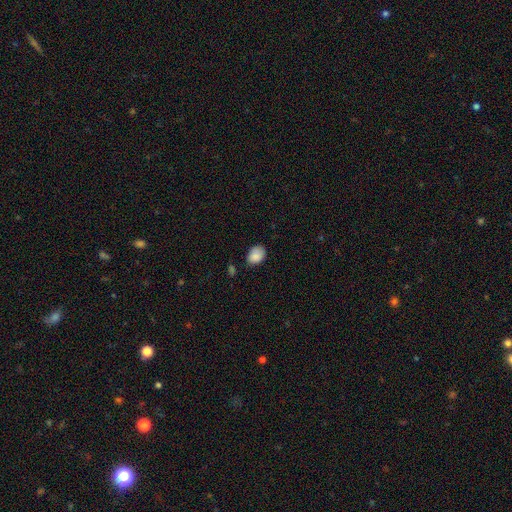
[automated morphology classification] A smooth galaxy with no disk features (87%) that is in between round and cigar-shaped (80%). Merging: none (71%).